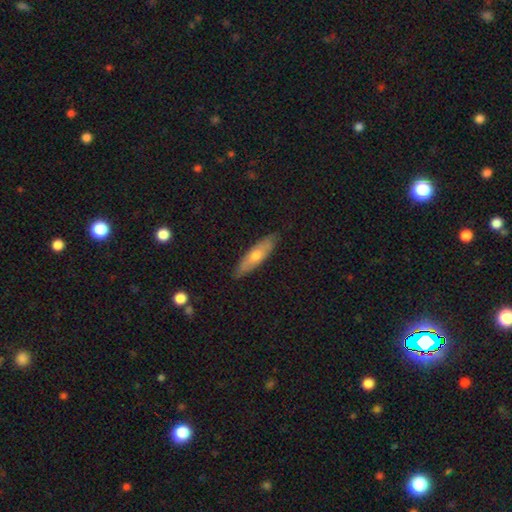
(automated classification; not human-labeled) smooth_or_featured: smooth (p=0.56) [alt: featured or disk p=0.38]
how_rounded: cigar-shaped (p=0.63) [alt: in between p=0.35]
merging: none (p=0.86) [alt: minor disturbance p=0.11]